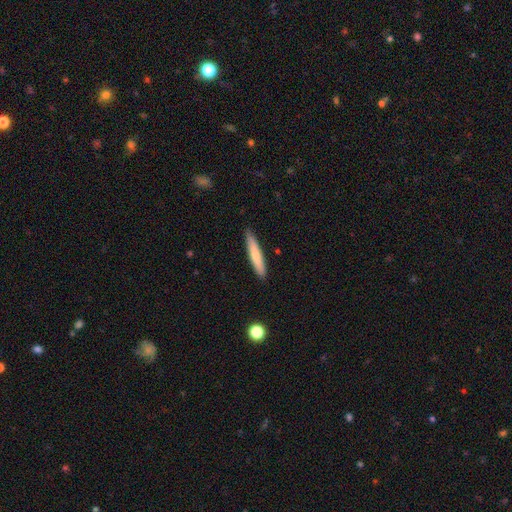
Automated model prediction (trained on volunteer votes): smooth_or_featured: smooth (p=0.72) [alt: featured or disk p=0.23]
how_rounded: cigar-shaped (p=0.92) [alt: in between p=0.07]
merging: none (p=0.86) [alt: minor disturbance p=0.11]